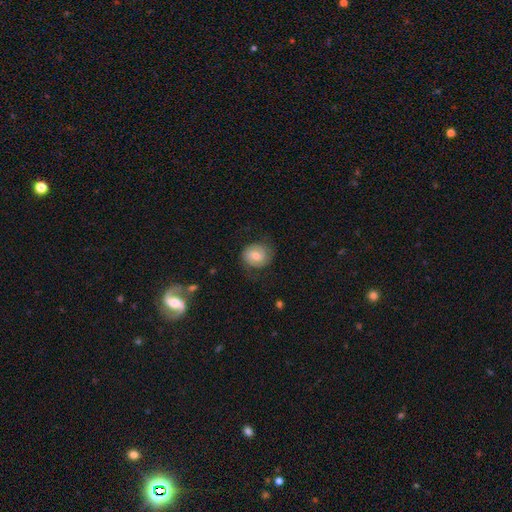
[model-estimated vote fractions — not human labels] smooth-or-featured: featured or disk: 50% | smooth: 43% | star or artifact: 7%
  merging: none: 71% | minor disturbance: 19% | major disturbance: 9% | merger: 1%